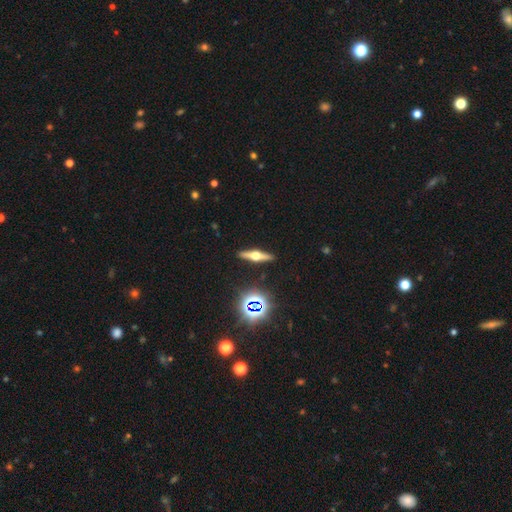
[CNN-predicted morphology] Smooth or featured: featured or disk — 70% (smooth — 20%)
Edge-on disk: yes — 96% (no — 4%)
Edge-on bulge: rounded — 96% (boxy — 3%)
Merging: none — 91% (minor disturbance — 6%)